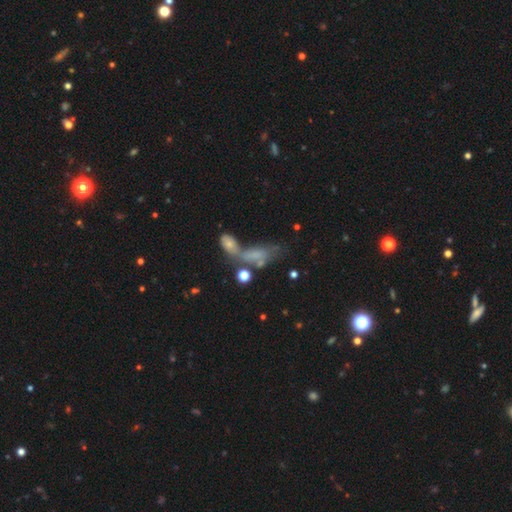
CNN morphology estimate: smooth-or-featured: smooth: 53% | featured or disk: 31% | star or artifact: 15%
  how-rounded: in between: 69% | cigar-shaped: 19% | round: 12%
  merging: merger: 46% | major disturbance: 22% | none: 19% | minor disturbance: 12%